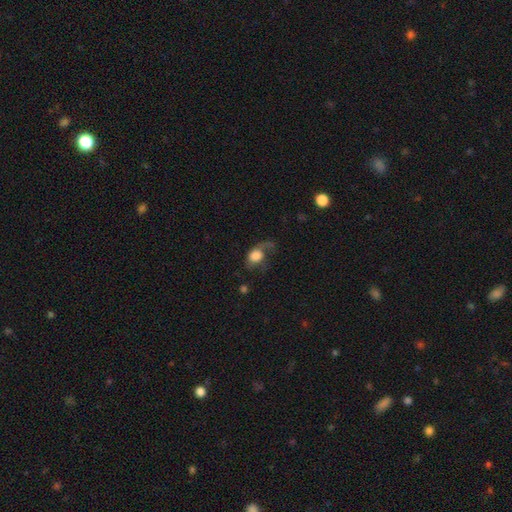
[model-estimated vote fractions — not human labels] smooth 65%, featured or disk 26%, star or artifact 10%. Down the decision tree: how rounded — in between (59%); merging — major disturbance (49%).